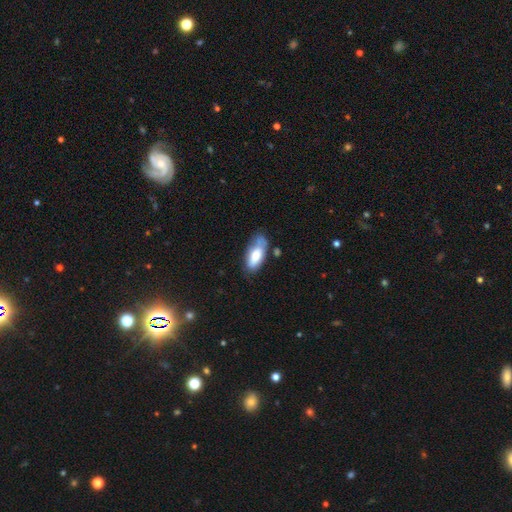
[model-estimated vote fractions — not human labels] Overall: smooth (74%). How rounded: in between (85%). Merging: none (51%; minor disturbance 31%).